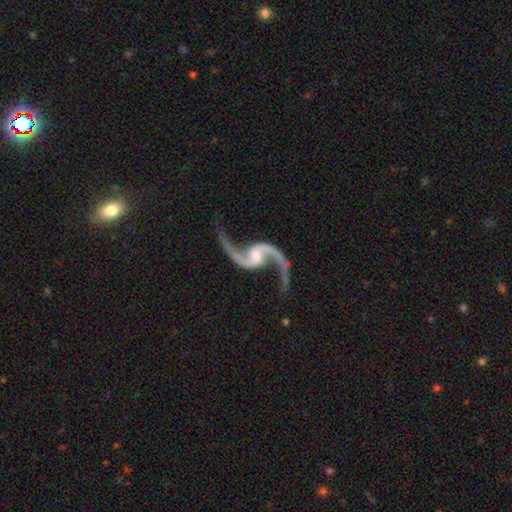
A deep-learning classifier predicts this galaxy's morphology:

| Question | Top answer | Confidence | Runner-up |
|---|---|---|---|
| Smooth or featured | featured or disk | 94% | star or artifact (4%) |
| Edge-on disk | no | 98% | yes (2%) |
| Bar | no | 44% | weak (39%) |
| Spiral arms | yes | 98% | no (2%) |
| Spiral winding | loose | 86% | medium (11%) |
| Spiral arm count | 2 | 95% | 1 (1%) |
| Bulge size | small | 50% | moderate (38%) |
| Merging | none | 76% | minor disturbance (13%) |